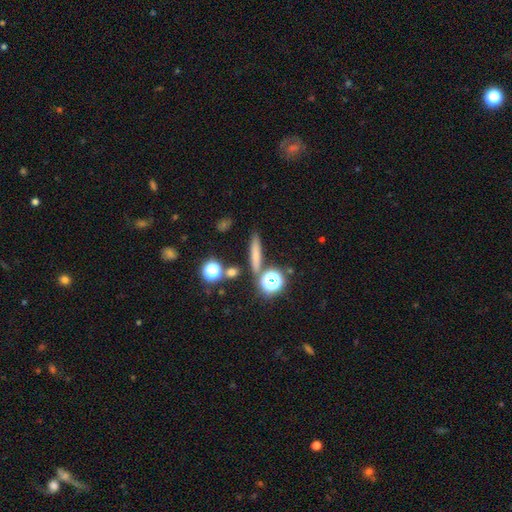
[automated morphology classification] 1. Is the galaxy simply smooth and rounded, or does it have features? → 64% smooth, 19% featured or disk, 17% star or artifact.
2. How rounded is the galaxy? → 74% cigar-shaped, 14% round, 12% in between.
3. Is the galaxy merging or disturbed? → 81% none, 9% minor disturbance, 7% merger, 3% major disturbance.